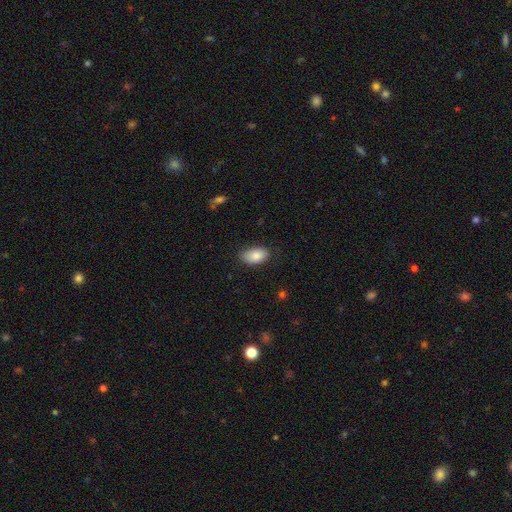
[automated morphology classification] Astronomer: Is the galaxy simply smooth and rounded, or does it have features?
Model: smooth — 85%.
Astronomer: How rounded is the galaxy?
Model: in between — 93%.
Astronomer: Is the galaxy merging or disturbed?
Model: none — 79%.